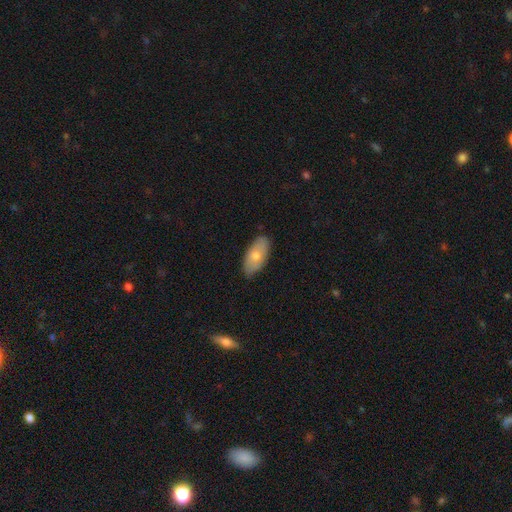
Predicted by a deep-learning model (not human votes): This is likely a smooth galaxy (63%). How rounded: clearly in between (91%). Merging: clearly none (86%).